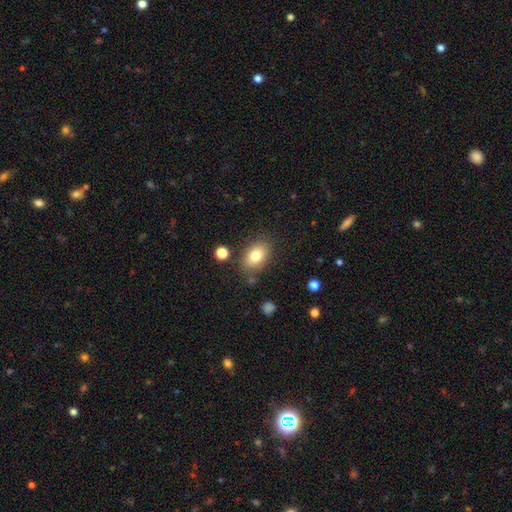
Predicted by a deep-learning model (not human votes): A smooth galaxy with no disk features (79%) that is in between round and cigar-shaped (81%). Merging: none (78%).